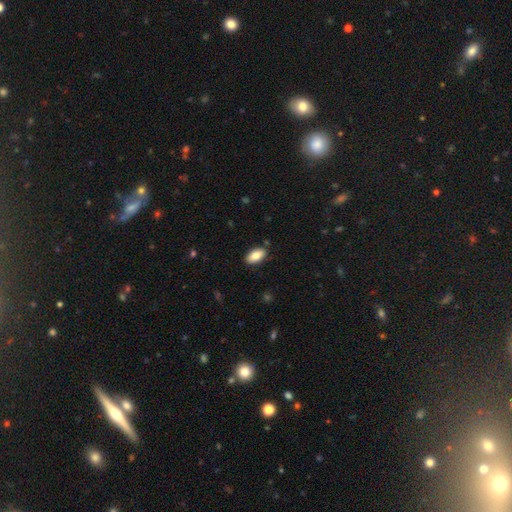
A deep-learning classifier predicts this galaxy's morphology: smooth 84%, featured or disk 9%, star or artifact 7%. Down the decision tree: how rounded — in between (93%); merging — none (86%).